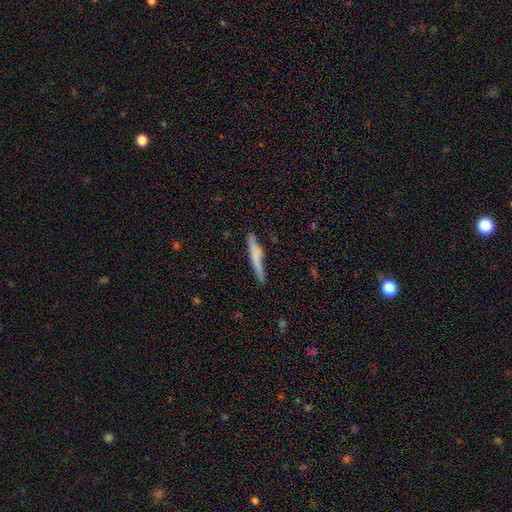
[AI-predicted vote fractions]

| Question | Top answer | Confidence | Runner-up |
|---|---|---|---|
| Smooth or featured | smooth | 62% | featured or disk (32%) |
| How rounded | cigar-shaped | 94% | in between (5%) |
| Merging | none | 78% | minor disturbance (16%) |